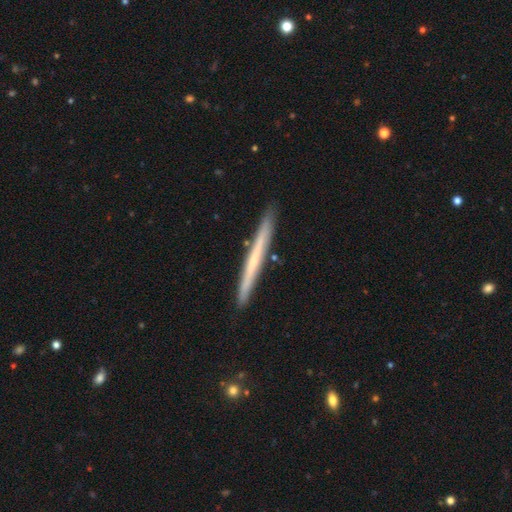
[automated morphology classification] Smooth or featured: featured or disk — 50% (smooth — 44%)
Edge-on disk: yes — 97% (no — 3%)
Merging: none — 91% (minor disturbance — 7%)